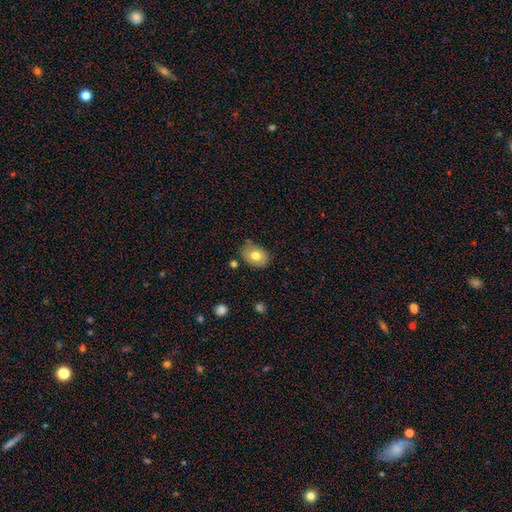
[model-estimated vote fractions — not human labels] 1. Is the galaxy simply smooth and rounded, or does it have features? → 75% smooth, 17% featured or disk, 8% star or artifact.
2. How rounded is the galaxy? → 70% in between, 29% round, 1% cigar-shaped.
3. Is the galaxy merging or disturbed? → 75% none, 18% minor disturbance, 4% major disturbance, 3% merger.